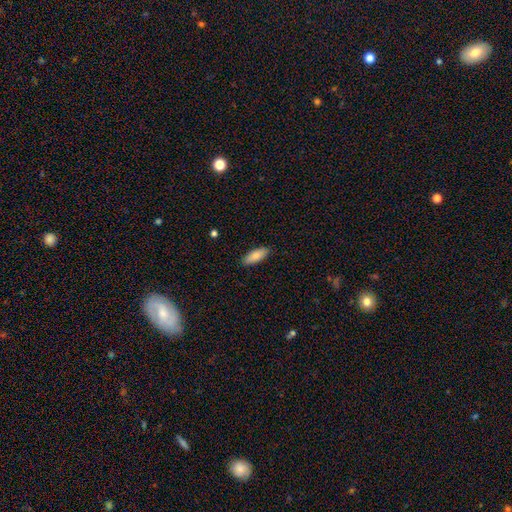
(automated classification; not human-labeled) A smooth galaxy with no disk features (83%) that is in between round and cigar-shaped (72%). Merging: none (89%).